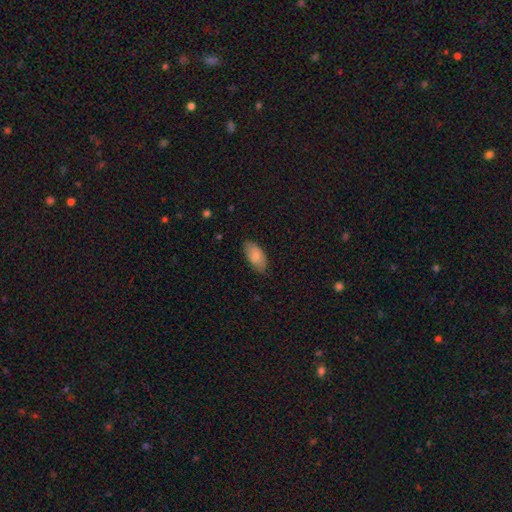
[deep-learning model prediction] Smooth or featured?
  - smooth: 84% *
  - featured or disk: 9%
  - star or artifact: 6%
How rounded?
  - in between: 92% *
  - cigar-shaped: 5%
  - round: 2%
Merging?
  - none: 78% *
  - minor disturbance: 17%
  - major disturbance: 3%
  - merger: 1%